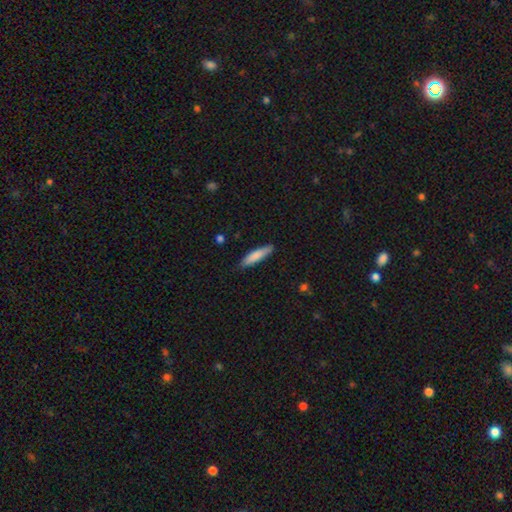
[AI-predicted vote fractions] Smooth or featured: smooth — 81% (featured or disk — 13%)
How rounded: cigar-shaped — 81% (in between — 18%)
Merging: none — 86% (minor disturbance — 11%)